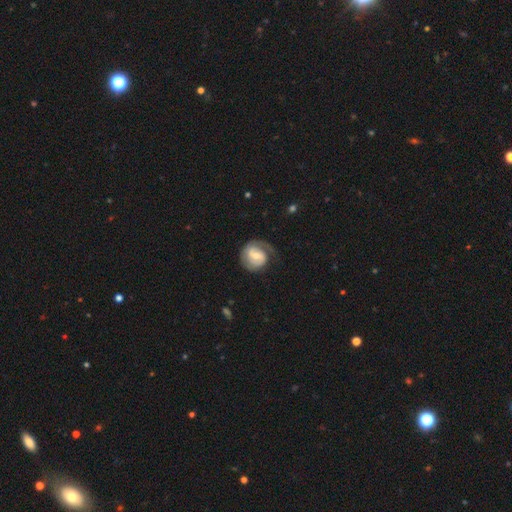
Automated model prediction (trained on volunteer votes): A featured or disk galaxy (74%) with a weak bar (52%), 2 (58%) tight (45%) spiral arms (89%) and a moderate central bulge (50%). Merging: none (60%).